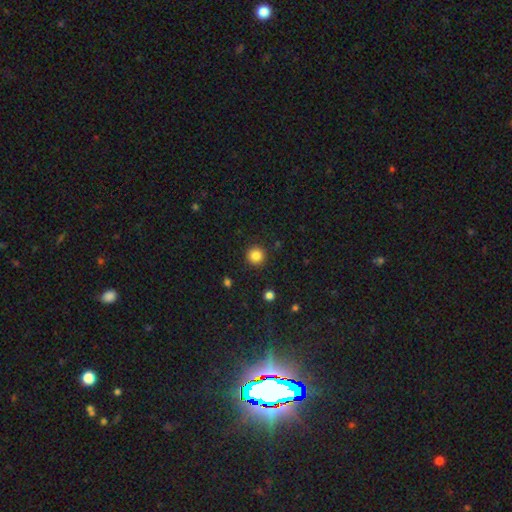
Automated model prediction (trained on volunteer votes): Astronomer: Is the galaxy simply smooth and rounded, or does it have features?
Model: smooth — 85%.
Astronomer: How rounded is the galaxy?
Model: round — 95%.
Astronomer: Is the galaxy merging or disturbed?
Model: none — 91%.